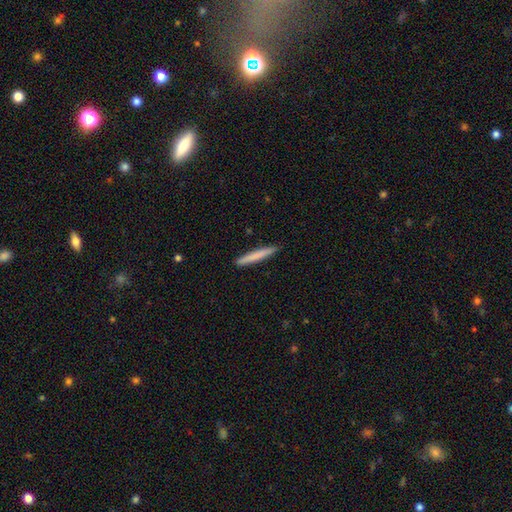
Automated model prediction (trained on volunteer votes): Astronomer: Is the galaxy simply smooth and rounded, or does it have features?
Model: smooth — 75%.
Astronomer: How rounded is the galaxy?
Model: cigar-shaped — 96%.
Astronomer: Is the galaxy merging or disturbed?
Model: none — 91%.